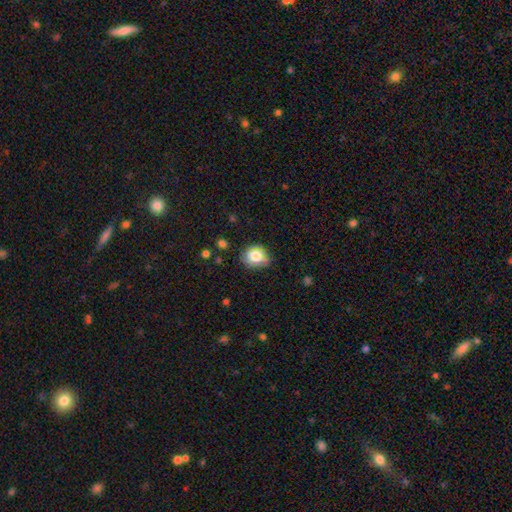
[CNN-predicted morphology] A smooth galaxy with no disk features (79%) that is round (72%). Merging: none (64%).